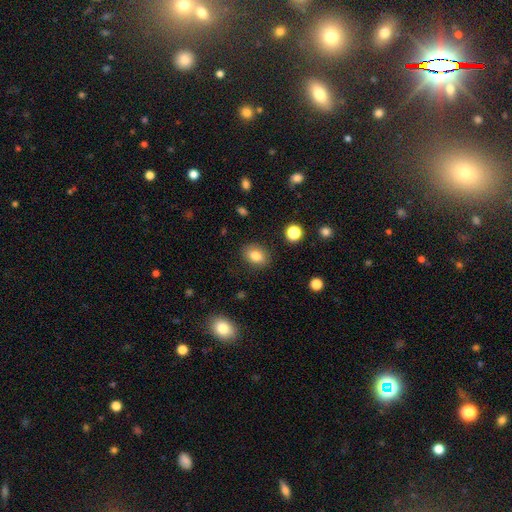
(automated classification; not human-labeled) The model was most divided on "how rounded": in between: 67%, round: 32%, cigar-shaped: 1%. More confident: merging — none (86%); smooth or featured — smooth (82%).